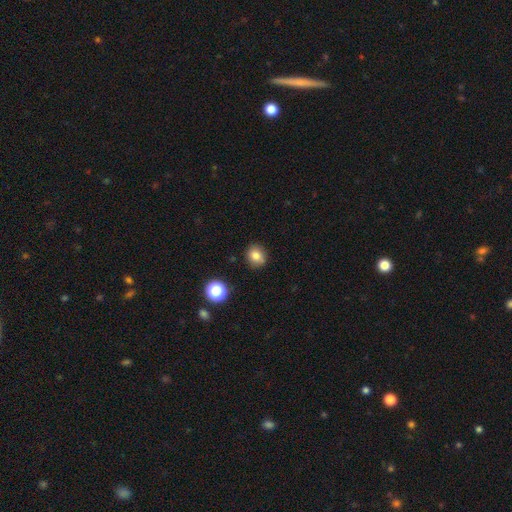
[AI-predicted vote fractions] The model was most divided on "how rounded": round: 75%, in between: 24%, cigar-shaped: 1%. More confident: merging — none (86%); smooth or featured — smooth (81%).